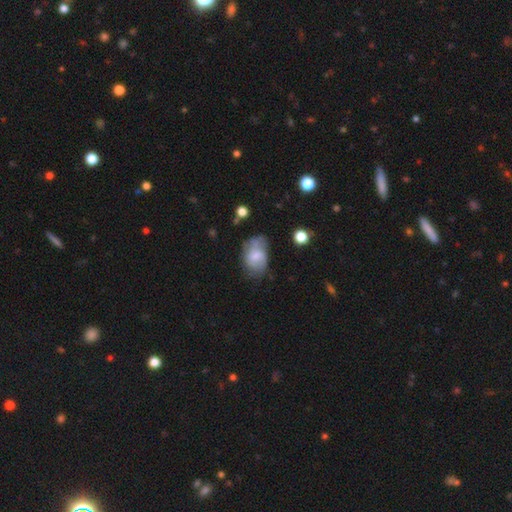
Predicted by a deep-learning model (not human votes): Morphology: type=smooth (56%); roundness=in between (83%); merging=none (49%).